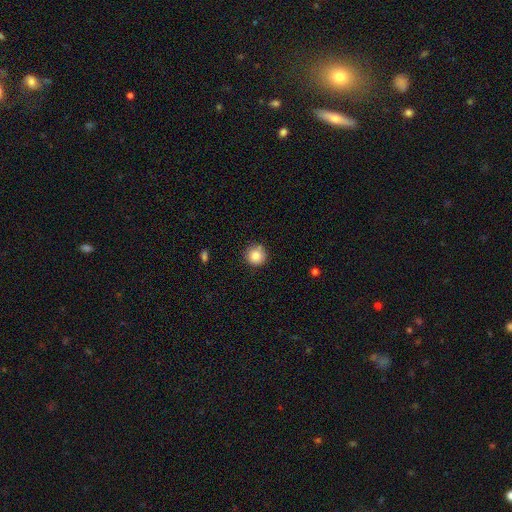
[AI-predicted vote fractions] A smooth galaxy with no disk features (85%) that is round (95%). Merging: none (85%).